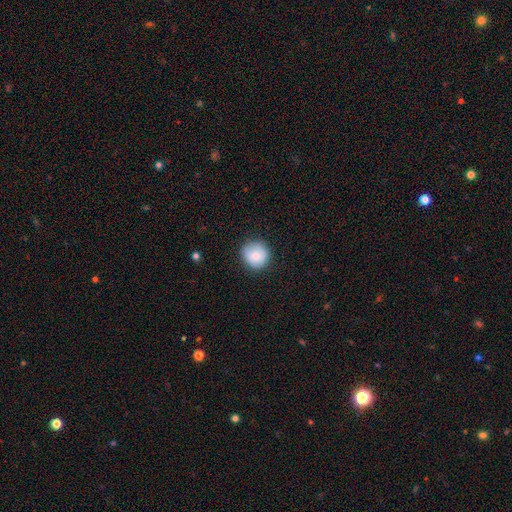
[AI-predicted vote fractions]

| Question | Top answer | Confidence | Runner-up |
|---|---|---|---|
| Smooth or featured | smooth | 81% | featured or disk (11%) |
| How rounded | round | 93% | in between (6%) |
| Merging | none | 83% | minor disturbance (13%) |